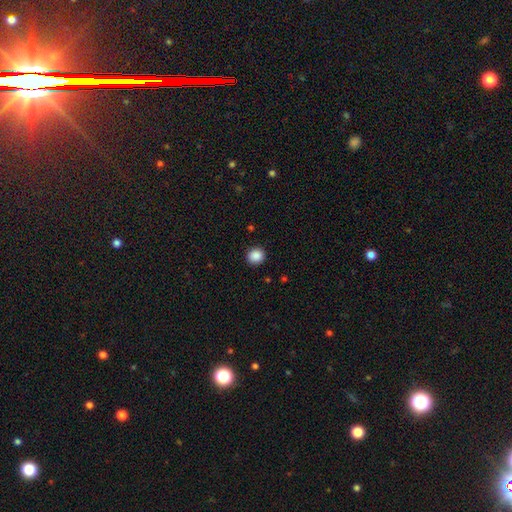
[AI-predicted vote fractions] A smooth galaxy with no disk features (88%) that is round (86%). Merging: none (91%).